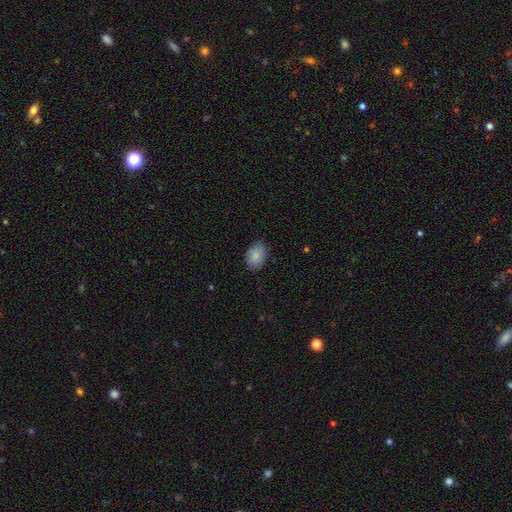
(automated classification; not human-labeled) smooth-or-featured: smooth: 85% | featured or disk: 8% | star or artifact: 7%
  how-rounded: in between: 76% | round: 23% | cigar-shaped: 1%
  merging: none: 81% | minor disturbance: 15% | major disturbance: 3% | merger: 1%